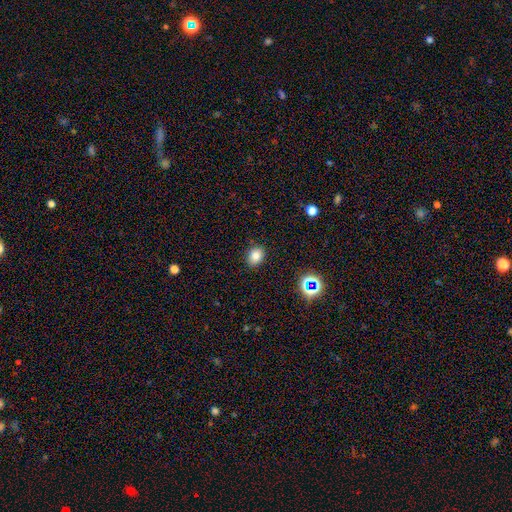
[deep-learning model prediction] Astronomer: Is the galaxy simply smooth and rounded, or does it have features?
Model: smooth — 80%.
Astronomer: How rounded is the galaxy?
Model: in between — 59% (runner-up: round, 40%).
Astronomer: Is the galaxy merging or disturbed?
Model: none — 86%.